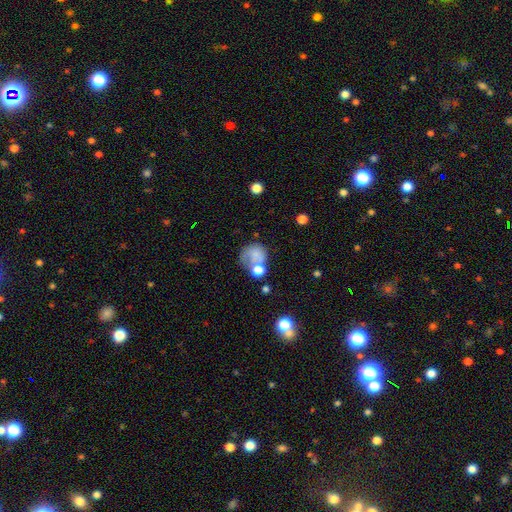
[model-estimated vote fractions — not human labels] A smooth galaxy with no disk features (65%) that is round (72%). Merging: none (34%).